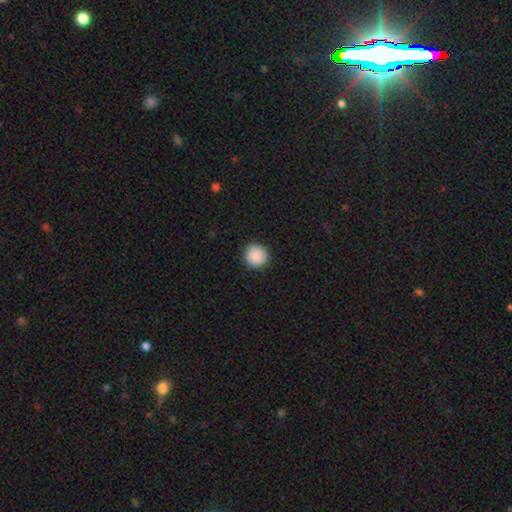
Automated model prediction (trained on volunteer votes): Overall: smooth (89%). How rounded: round (95%). Merging: none (93%).